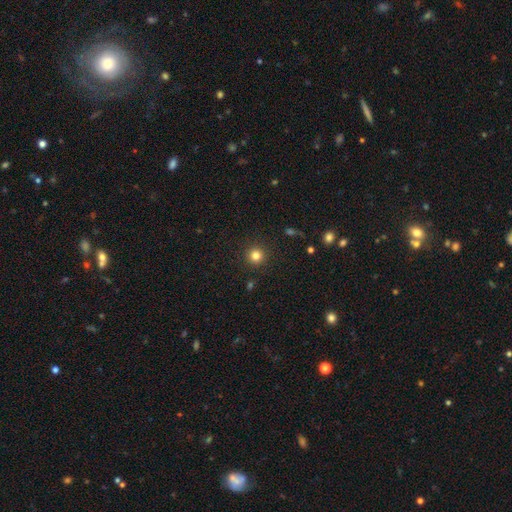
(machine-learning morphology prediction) Smooth or featured? smooth (82%)
How rounded? round (95%)
Merging? none (91%)